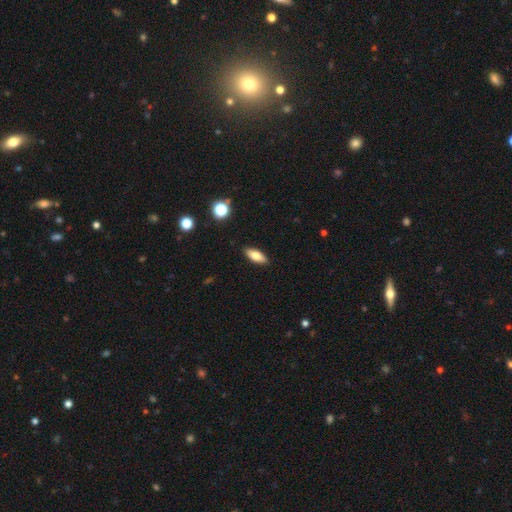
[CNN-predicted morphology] smooth-or-featured: smooth: 76% | featured or disk: 17% | star or artifact: 7%
  how-rounded: in between: 75% | cigar-shaped: 22% | round: 3%
  merging: none: 89% | minor disturbance: 8% | major disturbance: 2% | merger: 1%